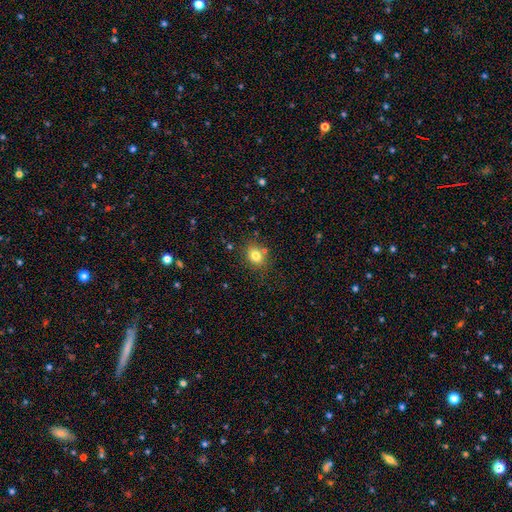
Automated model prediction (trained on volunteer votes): Q: Smooth or featured?
A: smooth (80%); runner-up: star or artifact (12%)
Q: How rounded?
A: in between (50%); runner-up: round (49%)
Q: Merging?
A: none (76%); runner-up: minor disturbance (13%)